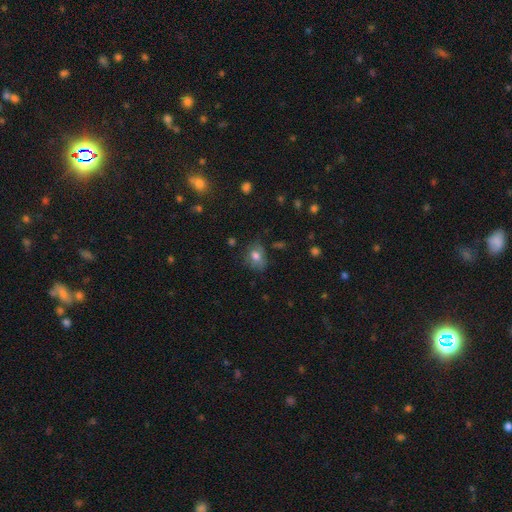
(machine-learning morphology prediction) Smooth or featured: smooth — 73% (featured or disk — 16%)
How rounded: in between — 56% (round — 42%)
Merging: none — 57% (minor disturbance — 28%)